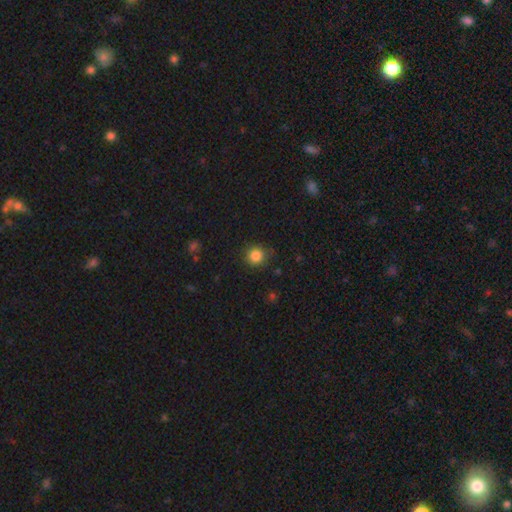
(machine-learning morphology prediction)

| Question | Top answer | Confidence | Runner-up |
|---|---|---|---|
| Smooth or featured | smooth | 84% | star or artifact (11%) |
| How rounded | round | 91% | in between (8%) |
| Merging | none | 86% | minor disturbance (10%) |